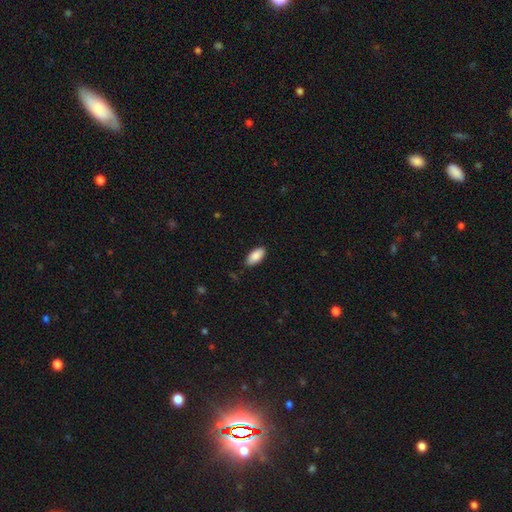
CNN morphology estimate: This is clearly a smooth galaxy (89%). How rounded: clearly in between (91%). Merging: clearly none (85%).